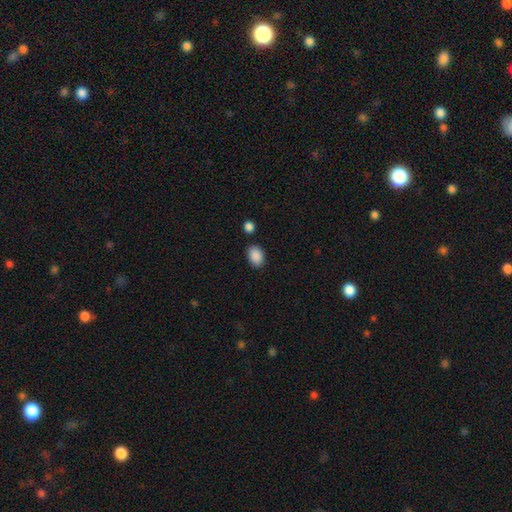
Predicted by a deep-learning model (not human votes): Smooth or featured? Predicted: smooth (p=0.89). How rounded? Predicted: in between (p=0.82). Merging? Predicted: none (p=0.83).